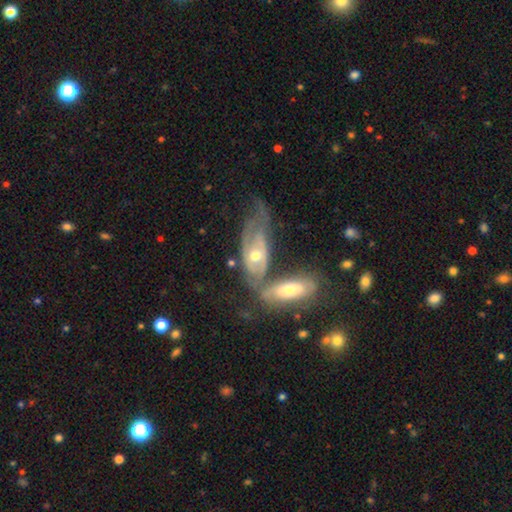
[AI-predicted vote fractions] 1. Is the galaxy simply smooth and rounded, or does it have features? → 70% featured or disk, 24% smooth, 6% star or artifact.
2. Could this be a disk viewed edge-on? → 85% no, 15% yes.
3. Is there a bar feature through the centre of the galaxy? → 77% no, 18% weak, 5% strong.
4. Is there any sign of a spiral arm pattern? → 70% yes, 30% no.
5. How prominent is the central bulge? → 68% moderate, 25% small, 5% large, 1% none, 1% dominant.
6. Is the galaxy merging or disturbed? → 40% merger, 23% none, 20% major disturbance, 17% minor disturbance.